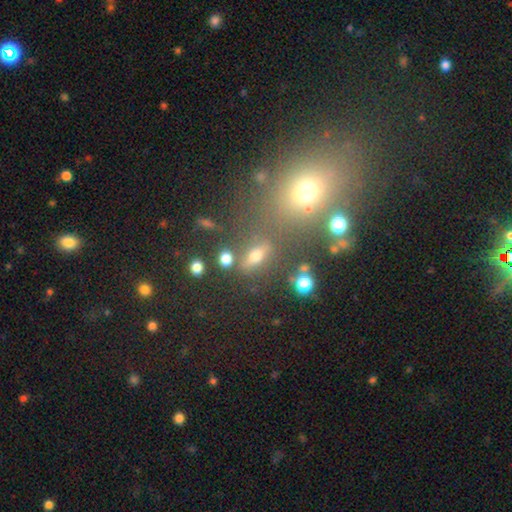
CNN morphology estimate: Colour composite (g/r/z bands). It shows a smooth galaxy with no disk features (55%) that is in between round and cigar-shaped (63%). Merging: none (66%).